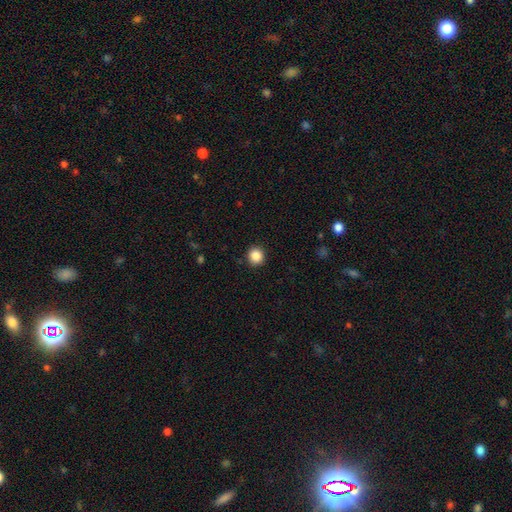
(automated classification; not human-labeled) The model was most divided on "smooth or featured": smooth: 87%, star or artifact: 10%, featured or disk: 3%. More confident: how rounded — round (92%); merging — none (92%).